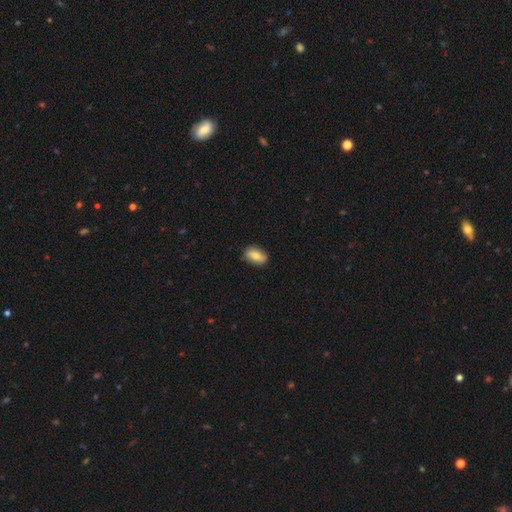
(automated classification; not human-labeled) smooth 71%, featured or disk 22%, star or artifact 7%. Down the decision tree: how rounded — in between (87%); merging — none (78%).